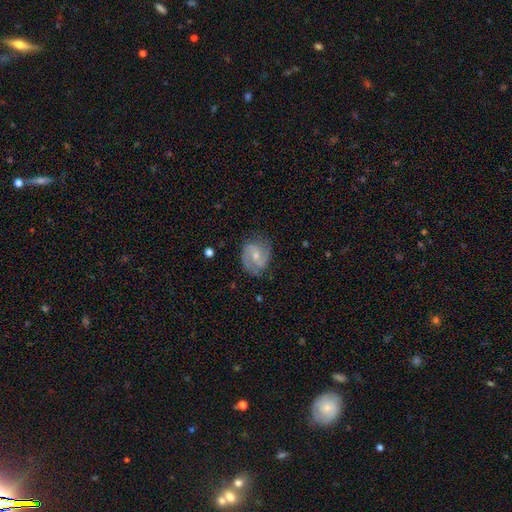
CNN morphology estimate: Smooth or featured? featured or disk (81%)
Edge-on disk? no (98%)
Bar? weak (47%)
Spiral arms? yes (95%)
Spiral winding? medium (52%)
Spiral arm count? 2 (87%)
Bulge size? moderate (49%)
Merging? none (75%)